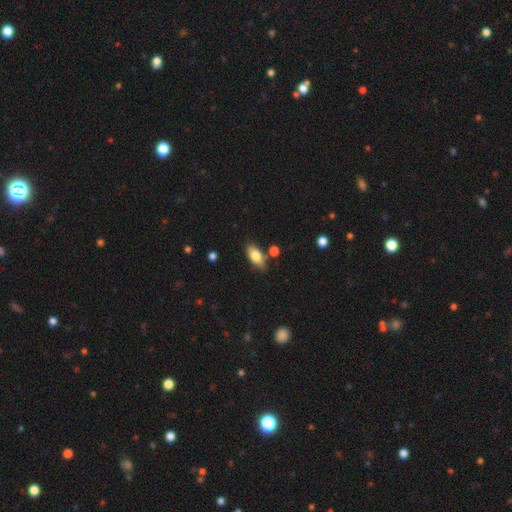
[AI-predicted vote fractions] A smooth galaxy with no disk features (77%) that is in between round and cigar-shaped (86%).

Vote fractions:
- Smooth or featured? smooth: 77% / featured or disk: 16% / star or artifact: 7%
- How rounded? in between: 86% / cigar-shaped: 10% / round: 4%
- Merging? none: 77% / minor disturbance: 14% / merger: 6% / major disturbance: 3%